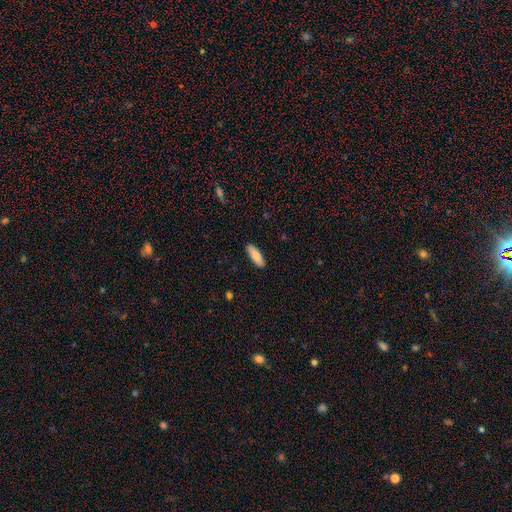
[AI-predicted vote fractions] This appears to be a smooth galaxy with no disk features (86%) that is in between round and cigar-shaped (56%). Merging: none (90%).